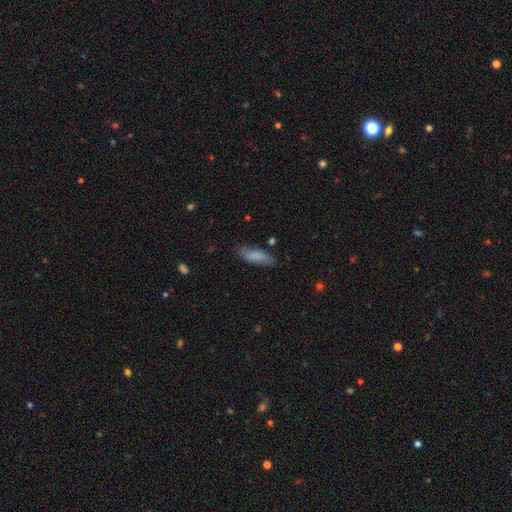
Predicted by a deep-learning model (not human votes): Overall: smooth (82%). How rounded: in between (59%; cigar-shaped 39%). Merging: none (78%).